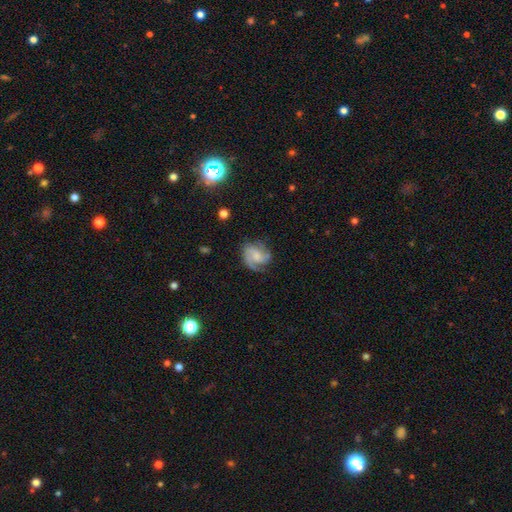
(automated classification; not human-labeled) The model was most divided on "bulge size": small: 40%, moderate: 31%, none: 22%, large: 5%, dominant: 1%. Remaining: edge-on disk — no (98%); spiral arms — yes (96%); smooth or featured — featured or disk (77%); merging — none (68%); bar — no (56%); spiral winding — medium (48%); spiral arm count — 2 (45%).